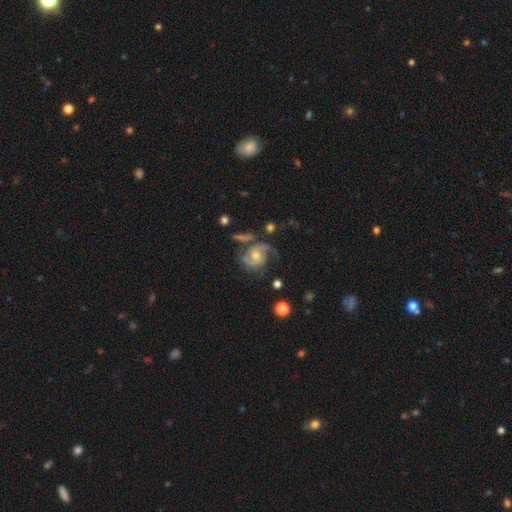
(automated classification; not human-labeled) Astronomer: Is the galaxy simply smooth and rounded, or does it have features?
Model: featured or disk — 83%.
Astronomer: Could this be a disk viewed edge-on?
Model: no — 98%.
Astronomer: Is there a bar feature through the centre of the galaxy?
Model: no — 69%.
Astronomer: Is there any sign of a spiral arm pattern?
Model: yes — 95%.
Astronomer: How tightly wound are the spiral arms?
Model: medium — 45% (runner-up: tight, 37%).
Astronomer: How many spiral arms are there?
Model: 2 — 60%.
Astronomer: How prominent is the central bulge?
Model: moderate — 59% (runner-up: small, 35%).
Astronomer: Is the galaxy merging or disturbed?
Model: none — 56%.